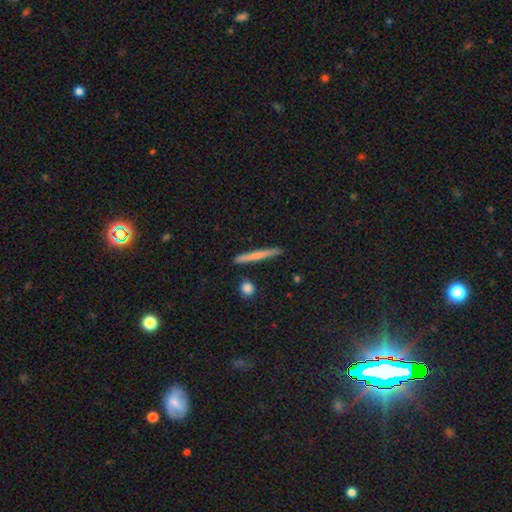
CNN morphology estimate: type=smooth (59%); roundness=cigar-shaped (95%); merging=none (87%).